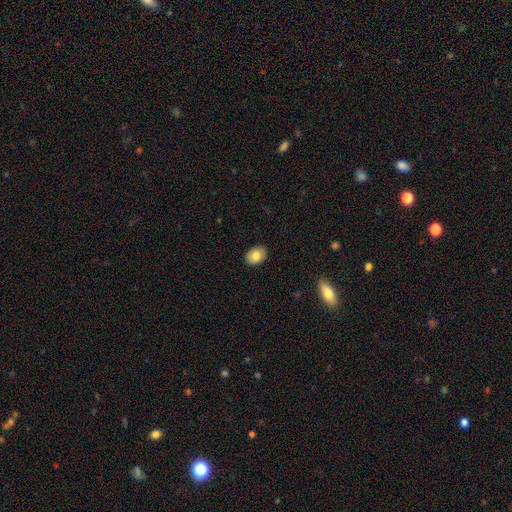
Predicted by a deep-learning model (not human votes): Overall: smooth (82%). How rounded: in between (72%). Merging: none (89%).